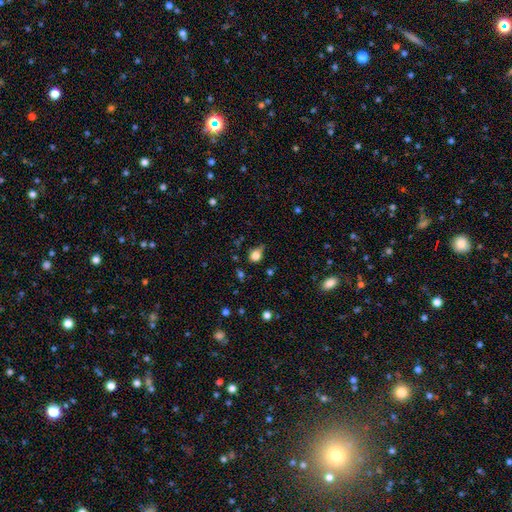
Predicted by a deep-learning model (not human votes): Smooth or featured?
  - smooth: 79% *
  - star or artifact: 12%
  - featured or disk: 9%
How rounded?
  - round: 67% *
  - in between: 32%
  - cigar-shaped: 2%
Merging?
  - none: 51% *
  - minor disturbance: 34%
  - major disturbance: 12%
  - merger: 4%